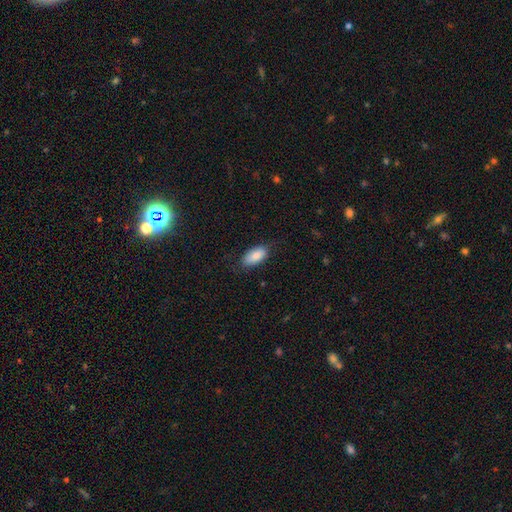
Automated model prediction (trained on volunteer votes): Smooth or featured?
  - smooth: 84% *
  - featured or disk: 10%
  - star or artifact: 6%
How rounded?
  - in between: 92% *
  - cigar-shaped: 5%
  - round: 3%
Merging?
  - none: 78% *
  - minor disturbance: 17%
  - major disturbance: 4%
  - merger: 1%